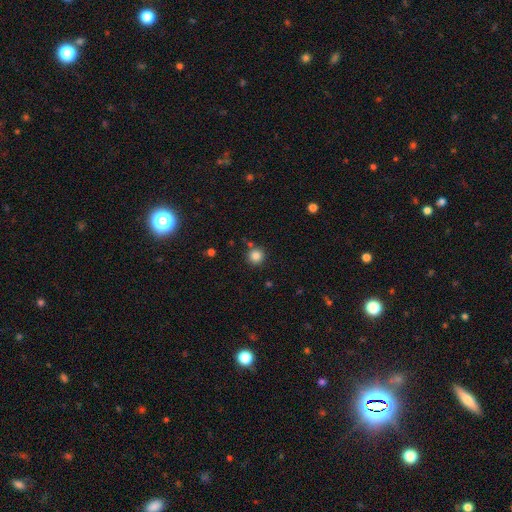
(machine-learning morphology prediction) type=smooth (84%); roundness=round (95%); merging=none (83%).